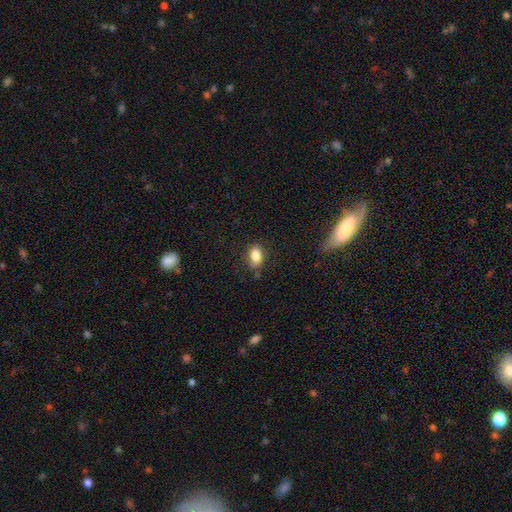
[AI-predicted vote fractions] The model was most divided on "merging": none: 72%, minor disturbance: 21%, major disturbance: 5%, merger: 2%. More confident: how rounded — in between (84%); smooth or featured — smooth (84%).